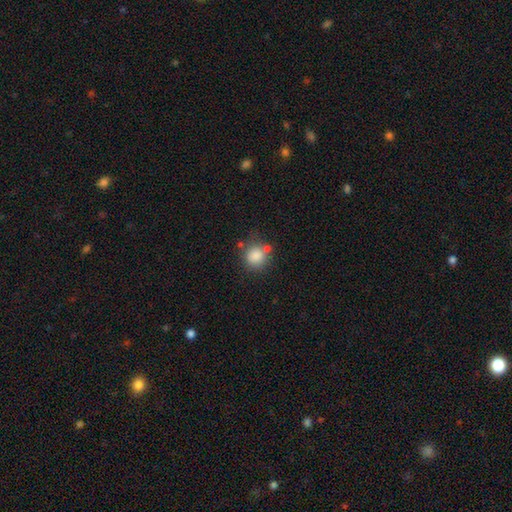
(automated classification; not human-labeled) A smooth galaxy with no disk features (85%) that is round (84%).

Vote fractions:
- Smooth or featured? smooth: 85% / star or artifact: 10% / featured or disk: 6%
- How rounded? round: 84% / in between: 15% / cigar-shaped: 1%
- Merging? none: 64% / minor disturbance: 16% / merger: 15% / major disturbance: 5%